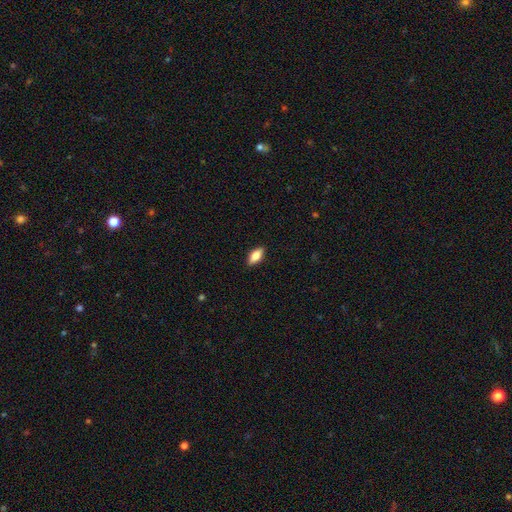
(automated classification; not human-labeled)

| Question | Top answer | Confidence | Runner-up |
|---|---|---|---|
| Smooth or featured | smooth | 76% | featured or disk (17%) |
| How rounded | in between | 83% | cigar-shaped (14%) |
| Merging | none | 89% | minor disturbance (8%) |